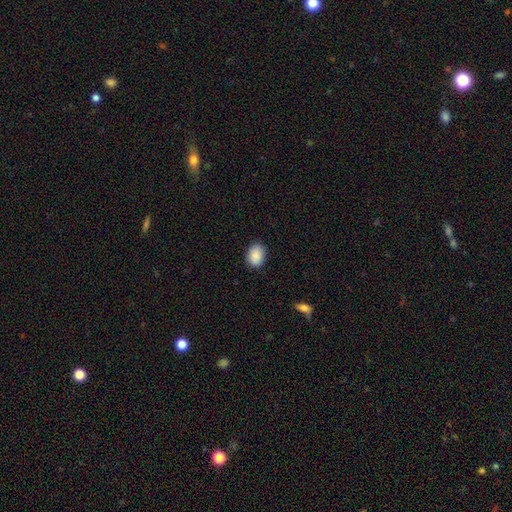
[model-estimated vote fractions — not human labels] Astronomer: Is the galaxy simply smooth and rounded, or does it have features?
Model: smooth — 89%.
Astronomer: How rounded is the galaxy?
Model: in between — 74%.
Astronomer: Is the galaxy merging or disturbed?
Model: none — 86%.